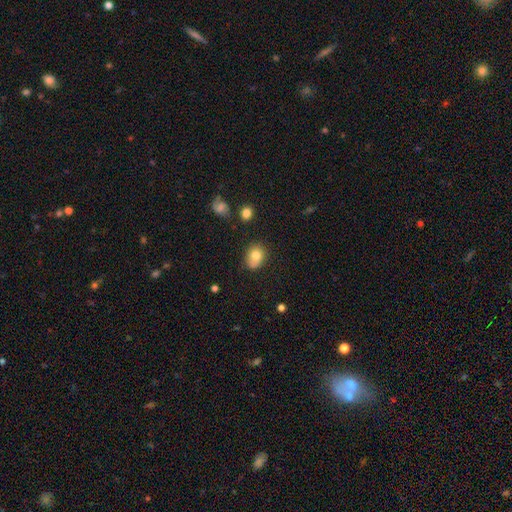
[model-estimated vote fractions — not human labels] A smooth galaxy with no disk features (77%) that is in between round and cigar-shaped (55%).

Vote fractions:
- Smooth or featured? smooth: 77% / featured or disk: 14% / star or artifact: 10%
- How rounded? in between: 55% / round: 44% / cigar-shaped: 1%
- Merging? none: 57% / minor disturbance: 28% / major disturbance: 8% / merger: 8%